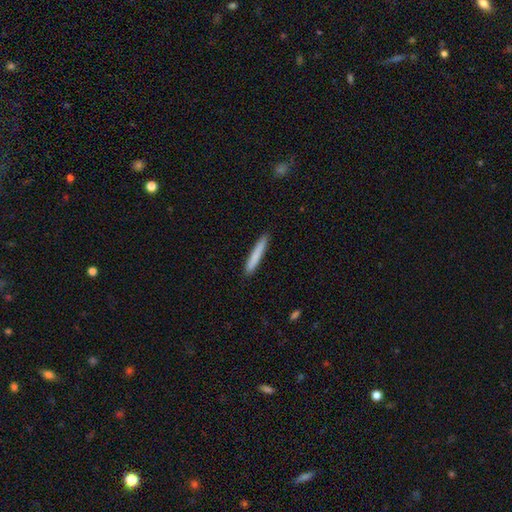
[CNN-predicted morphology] The model was most divided on "smooth or featured": smooth: 81%, featured or disk: 14%, star or artifact: 6%. More confident: how rounded — cigar-shaped (96%); merging — none (91%).